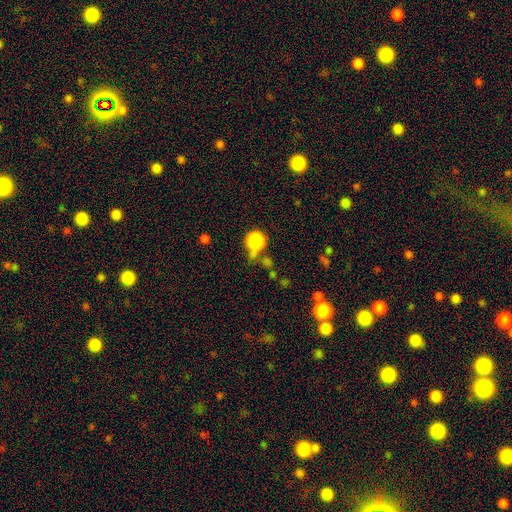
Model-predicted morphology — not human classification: This is possibly a smooth galaxy (47%). Merging: likely none (70%).